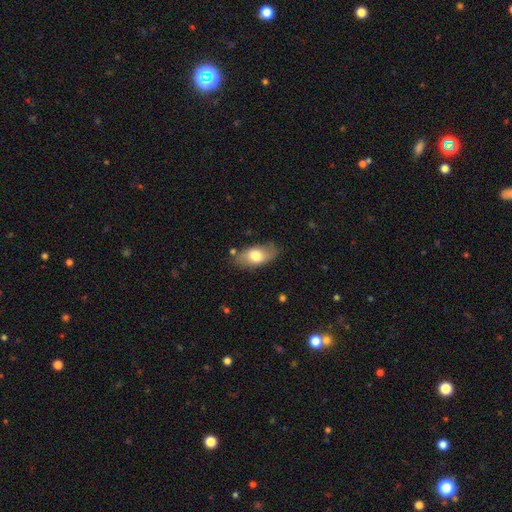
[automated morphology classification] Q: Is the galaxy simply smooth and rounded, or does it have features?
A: smooth — 69%.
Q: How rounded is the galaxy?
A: in between — 90%.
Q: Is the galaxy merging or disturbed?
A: none — 78%.